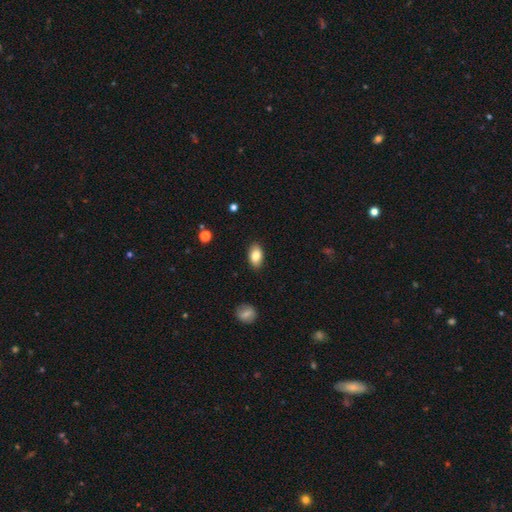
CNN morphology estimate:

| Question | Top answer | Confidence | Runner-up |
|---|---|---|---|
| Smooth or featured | smooth | 84% | featured or disk (8%) |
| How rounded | in between | 91% | round (7%) |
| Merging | none | 88% | minor disturbance (9%) |